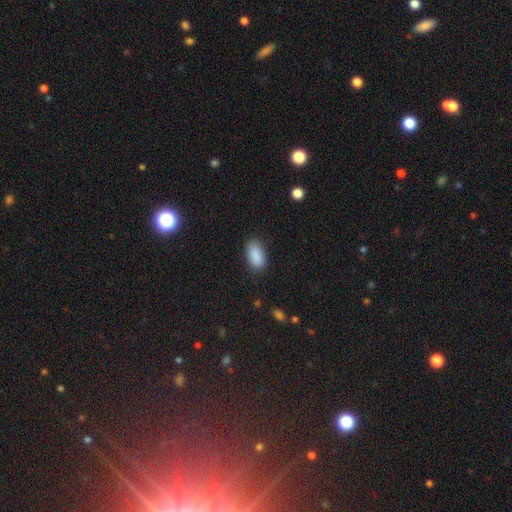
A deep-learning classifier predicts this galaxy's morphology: This is clearly a smooth galaxy (90%). How rounded: clearly in between (93%). Merging: clearly none (84%).